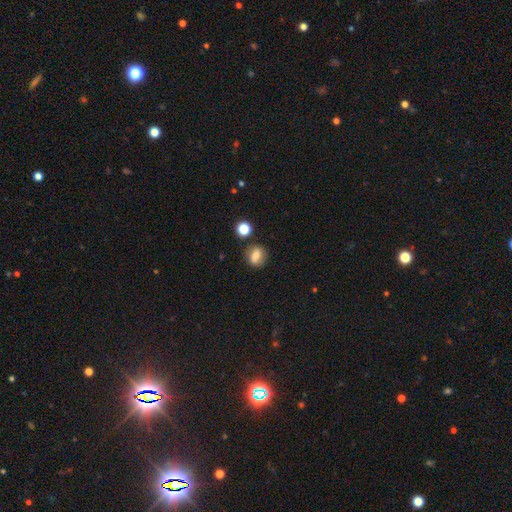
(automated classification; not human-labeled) smooth 67%, featured or disk 21%, star or artifact 11%. Down the decision tree: how rounded — round (62%); merging — none (77%).